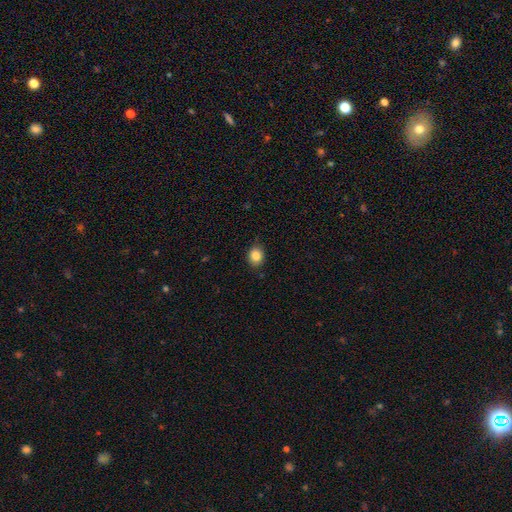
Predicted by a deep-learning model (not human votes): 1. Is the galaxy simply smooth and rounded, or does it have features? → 85% smooth, 9% star or artifact, 5% featured or disk.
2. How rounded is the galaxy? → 57% round, 42% in between, 1% cigar-shaped.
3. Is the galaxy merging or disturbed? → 83% none, 13% minor disturbance, 2% major disturbance, 1% merger.